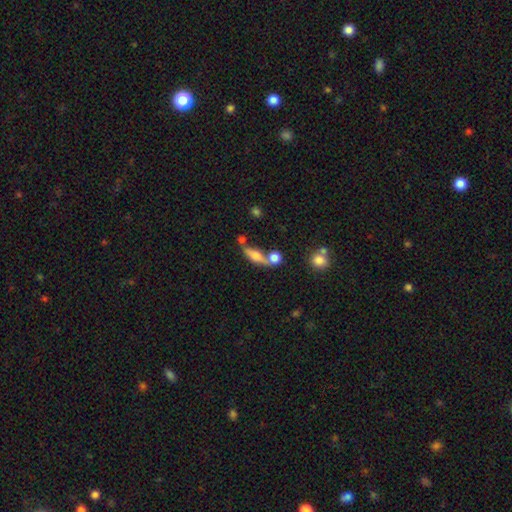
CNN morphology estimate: Smooth or featured?
  - smooth: 48% *
  - featured or disk: 41%
  - star or artifact: 11%
Merging?
  - none: 45% *
  - merger: 34%
  - minor disturbance: 13%
  - major disturbance: 8%